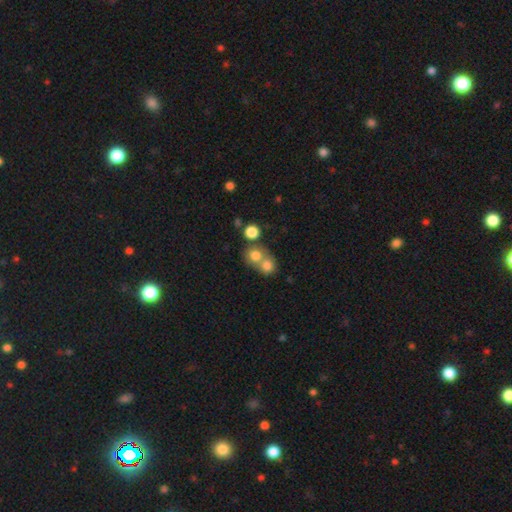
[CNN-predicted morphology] A smooth galaxy with no disk features (76%) that is round (82%).

Vote fractions:
- Smooth or featured? smooth: 76% / featured or disk: 12% / star or artifact: 12%
- How rounded? round: 82% / in between: 17% / cigar-shaped: 1%
- Merging? merger: 55% / none: 36% / minor disturbance: 6% / major disturbance: 3%